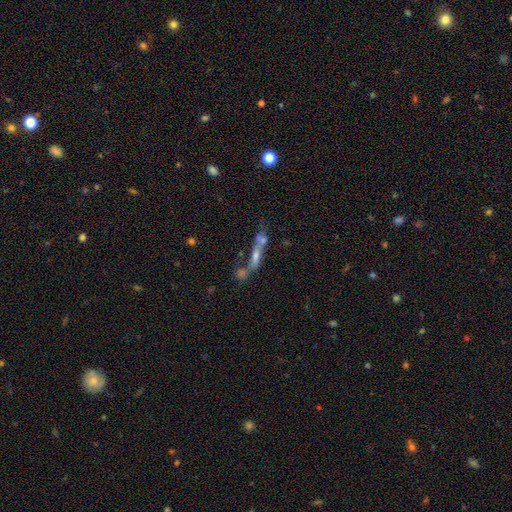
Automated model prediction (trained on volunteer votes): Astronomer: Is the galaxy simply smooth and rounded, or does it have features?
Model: featured or disk — 47% (runner-up: smooth, 34%).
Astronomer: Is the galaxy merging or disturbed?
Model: merger — 49% (runner-up: none, 27%).